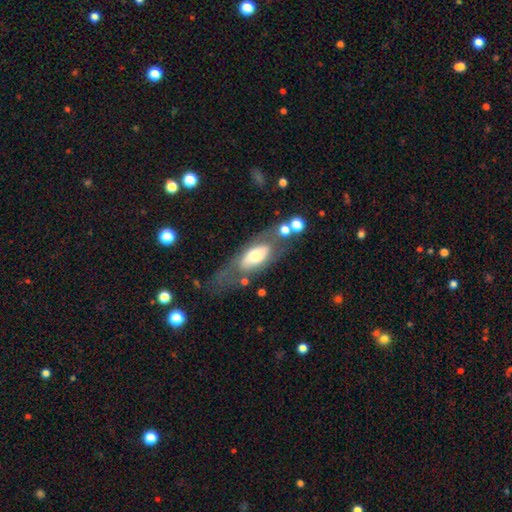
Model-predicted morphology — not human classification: Smooth or featured?
  - featured or disk: 48% *
  - smooth: 44%
  - star or artifact: 7%
Merging?
  - none: 54% *
  - minor disturbance: 20%
  - major disturbance: 18%
  - merger: 8%